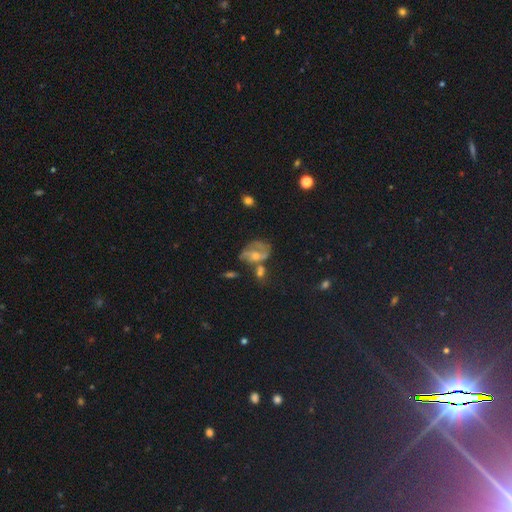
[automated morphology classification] Overall: featured or disk (52%; smooth 32%). Edge-on disk: no (96%). Bar: no (64%; weak 28%). Spiral arms: yes (61%; no 39%). Bulge size: moderate (48%; small 34%). Merging: none (29%; merger 26%).